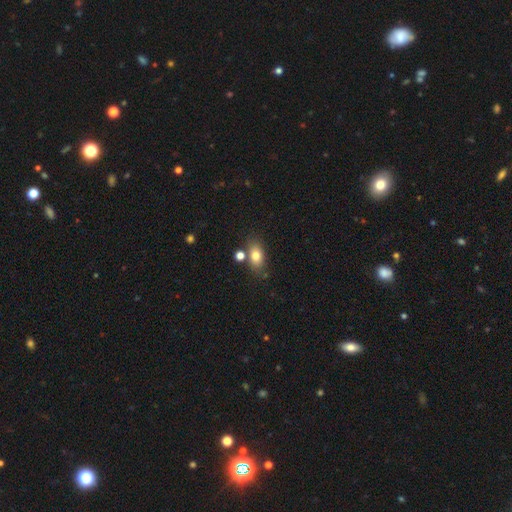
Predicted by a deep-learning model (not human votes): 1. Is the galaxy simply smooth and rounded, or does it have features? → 77% smooth, 13% featured or disk, 10% star or artifact.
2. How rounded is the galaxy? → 81% in between, 15% round, 4% cigar-shaped.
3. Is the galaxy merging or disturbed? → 70% none, 13% minor disturbance, 13% merger, 4% major disturbance.